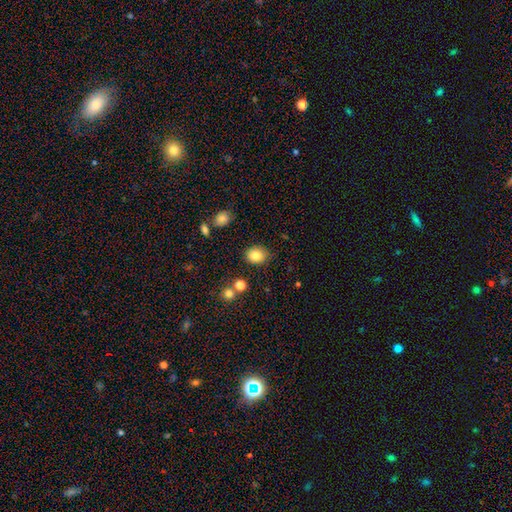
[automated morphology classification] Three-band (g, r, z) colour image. It shows a smooth galaxy with no disk features (82%) that is round (58%). Merging: none (84%).